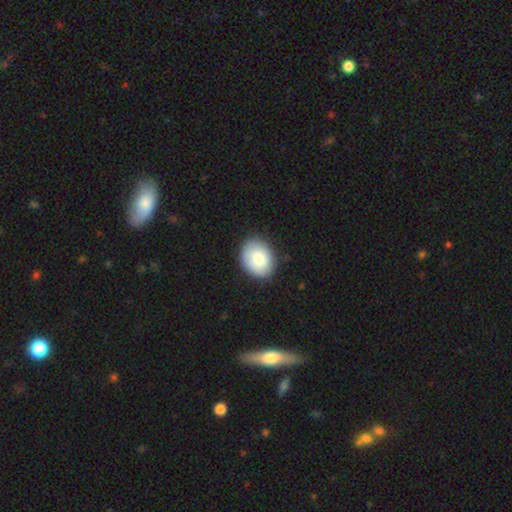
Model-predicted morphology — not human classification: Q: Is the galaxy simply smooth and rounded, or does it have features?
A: smooth — 83%.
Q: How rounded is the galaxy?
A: in between — 55%.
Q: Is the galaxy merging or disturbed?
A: none — 84%.